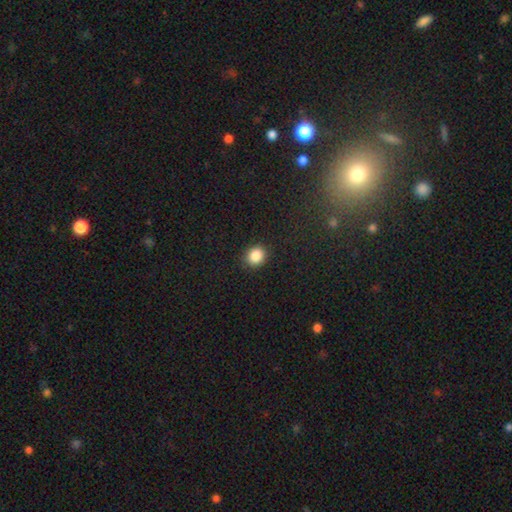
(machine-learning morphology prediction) smooth-or-featured: smooth: 87% | star or artifact: 10% | featured or disk: 4%
  how-rounded: round: 74% | in between: 25% | cigar-shaped: 1%
  merging: none: 90% | minor disturbance: 7% | major disturbance: 2% | merger: 1%